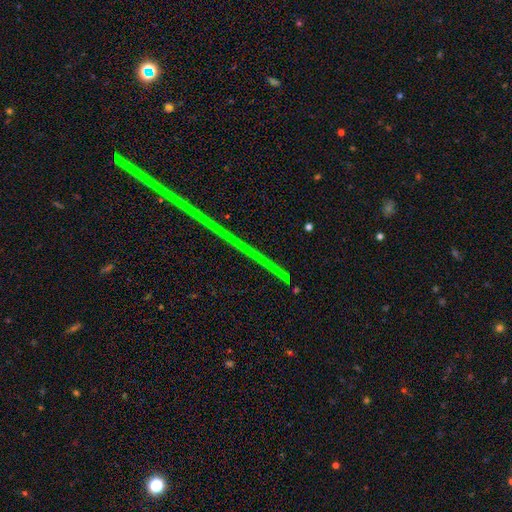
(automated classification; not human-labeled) Smooth or featured?
  - star or artifact: 82% *
  - featured or disk: 11%
  - smooth: 7%